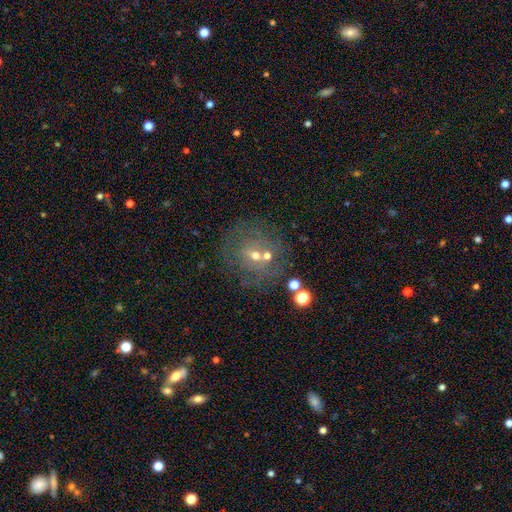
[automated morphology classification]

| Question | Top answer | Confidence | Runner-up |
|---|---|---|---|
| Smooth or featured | smooth | 40% | featured or disk (38%) |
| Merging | none | 60% | merger (18%) |